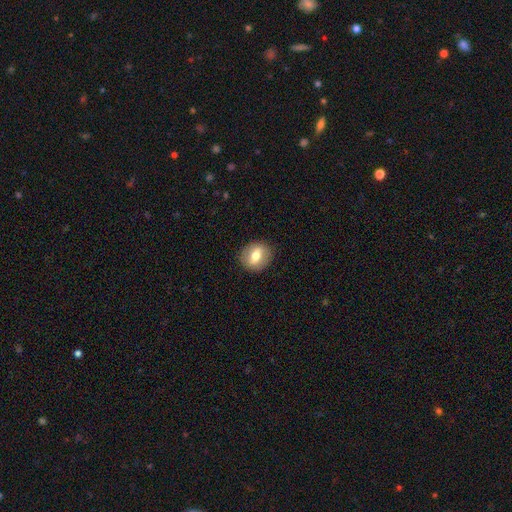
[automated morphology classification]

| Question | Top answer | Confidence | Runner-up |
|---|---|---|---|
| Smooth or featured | smooth | 62% | featured or disk (30%) |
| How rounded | round | 64% | in between (35%) |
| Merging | none | 88% | minor disturbance (9%) |